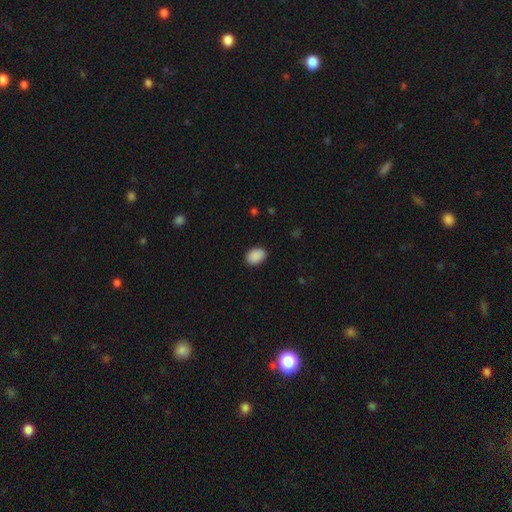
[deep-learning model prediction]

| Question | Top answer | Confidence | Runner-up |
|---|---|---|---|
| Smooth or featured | smooth | 90% | star or artifact (7%) |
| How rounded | in between | 79% | round (20%) |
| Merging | none | 89% | minor disturbance (8%) |